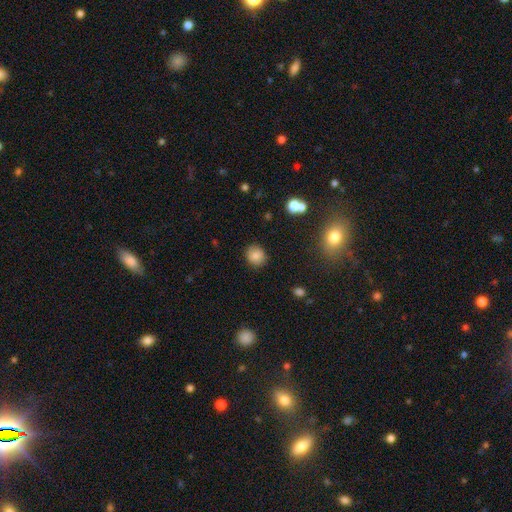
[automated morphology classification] smooth_or_featured: smooth (p=0.82) [alt: star or artifact p=0.10]
how_rounded: round (p=0.83) [alt: in between p=0.16]
merging: none (p=0.88) [alt: minor disturbance p=0.08]